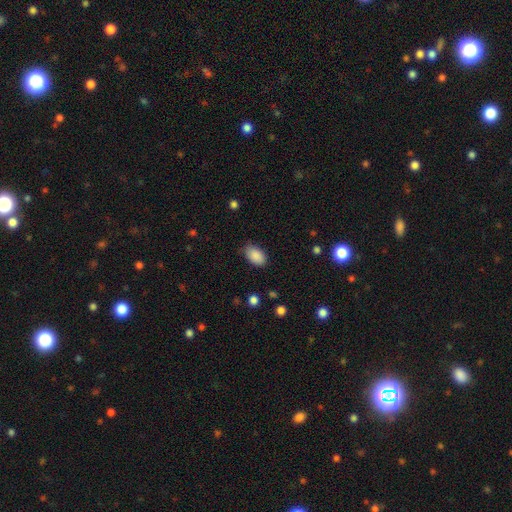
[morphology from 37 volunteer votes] type=smooth (89%); roundness=in between (100%); merging=none (86%).